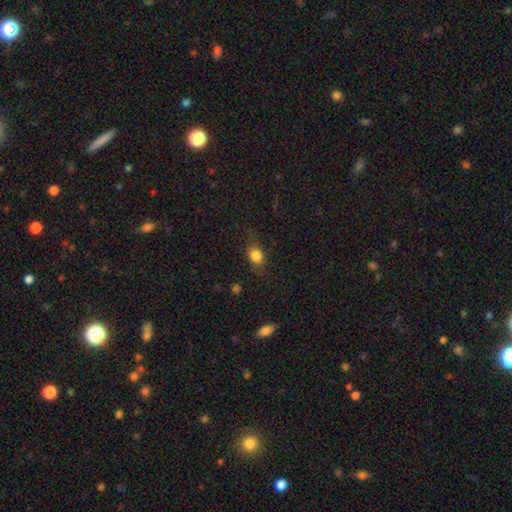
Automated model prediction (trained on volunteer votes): Smooth or featured? smooth (81%)
How rounded? in between (52%)
Merging? none (72%)